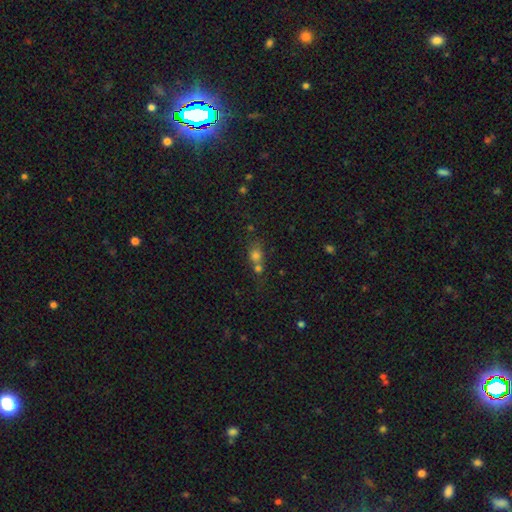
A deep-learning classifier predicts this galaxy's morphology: Smooth or featured: smooth — 71% (star or artifact — 16%)
How rounded: round — 62% (in between — 35%)
Merging: merger — 55% (none — 32%)